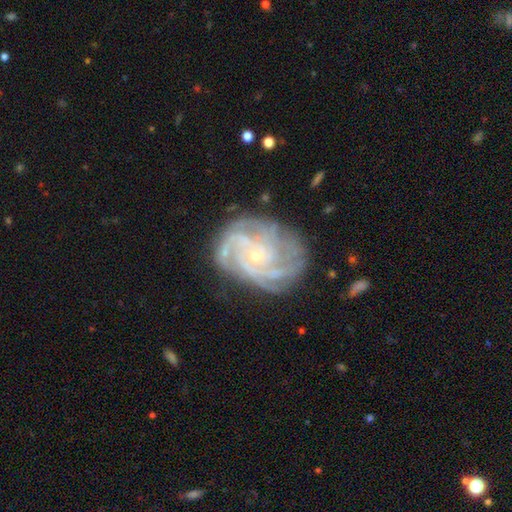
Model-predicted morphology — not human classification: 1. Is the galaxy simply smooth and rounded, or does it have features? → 88% featured or disk, 6% star or artifact, 6% smooth.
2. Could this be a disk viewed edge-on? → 98% no, 2% yes.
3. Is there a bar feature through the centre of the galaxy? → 75% no, 20% weak, 5% strong.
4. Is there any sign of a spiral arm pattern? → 97% yes, 3% no.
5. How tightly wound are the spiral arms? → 63% tight, 31% medium, 6% loose.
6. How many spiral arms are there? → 26% 4, 24% 3, 21% can't tell, 12% 2, 10% more than 4, 7% 1.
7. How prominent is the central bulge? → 80% small, 16% moderate, 2% none, 1% large, 1% dominant.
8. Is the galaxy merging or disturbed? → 70% none, 20% minor disturbance, 9% major disturbance, 2% merger.